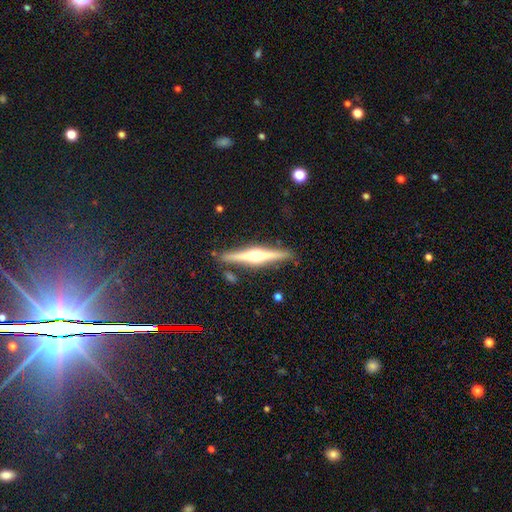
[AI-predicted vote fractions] A featured or disk galaxy (77%) viewed edge-on (98%) with a rounded central bulge (93%).

Vote fractions:
- Smooth or featured? featured or disk: 77% / smooth: 18% / star or artifact: 5%
- Edge-on disk? yes: 98% / no: 2%
- Edge-on bulge? rounded: 93% / boxy: 4% / none: 3%
- Merging? none: 87% / minor disturbance: 9% / merger: 3% / major disturbance: 2%